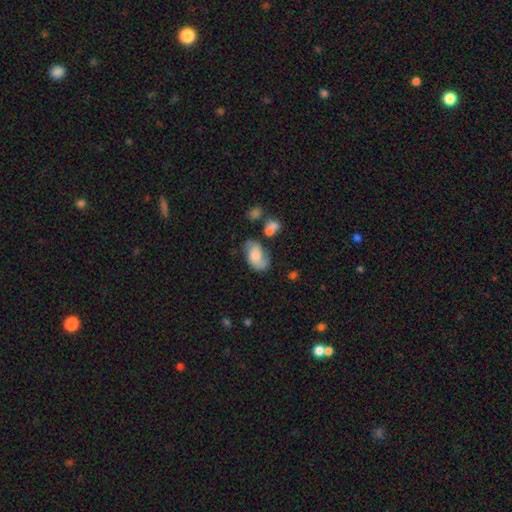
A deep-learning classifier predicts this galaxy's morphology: Smooth or featured? featured or disk (48%)
Merging? none (54%)